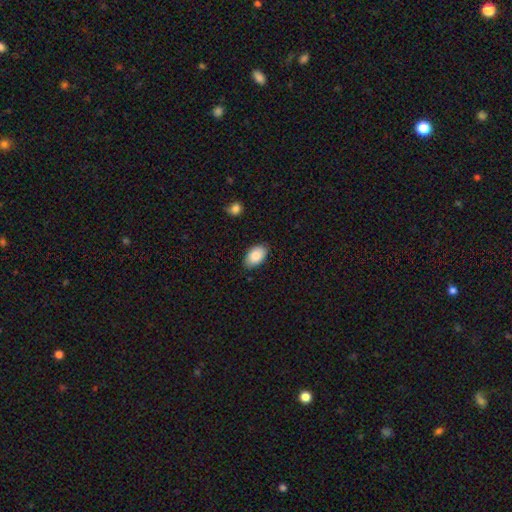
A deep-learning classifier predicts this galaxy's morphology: type=smooth (85%); roundness=in between (93%); merging=none (83%).